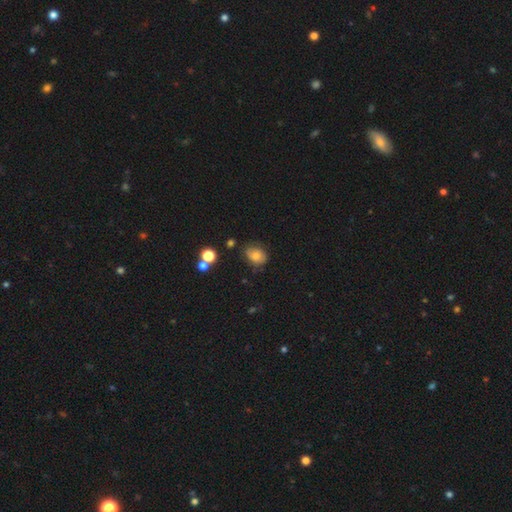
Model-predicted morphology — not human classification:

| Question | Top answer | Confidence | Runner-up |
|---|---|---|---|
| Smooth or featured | smooth | 70% | featured or disk (18%) |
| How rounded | in between | 55% | round (44%) |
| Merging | none | 68% | minor disturbance (23%) |